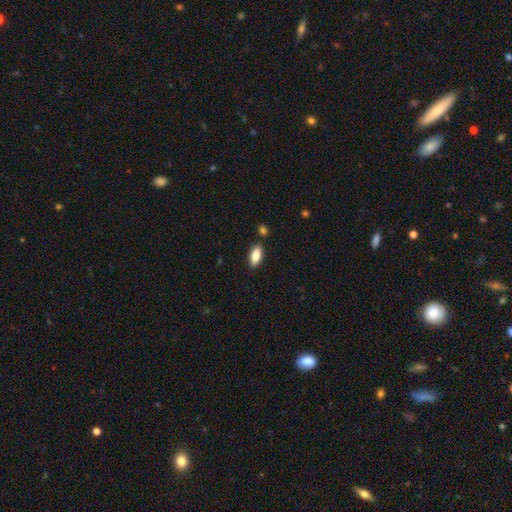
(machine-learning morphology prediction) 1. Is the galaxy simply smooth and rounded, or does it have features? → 84% smooth, 9% featured or disk, 7% star or artifact.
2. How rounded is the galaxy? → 87% in between, 11% cigar-shaped, 2% round.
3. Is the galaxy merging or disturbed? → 85% none, 9% minor disturbance, 3% merger, 2% major disturbance.